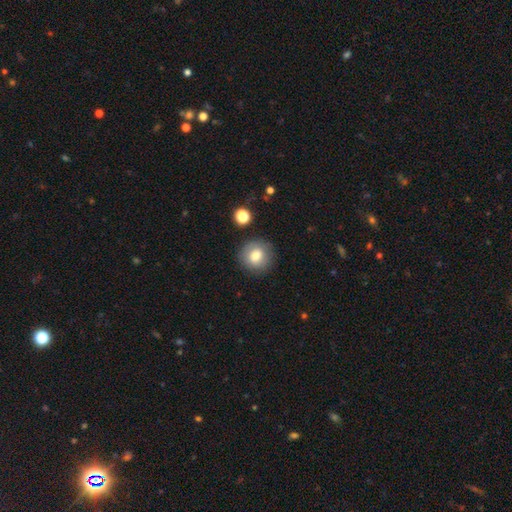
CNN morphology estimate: A smooth galaxy with no disk features (78%) that is round (89%).

Vote fractions:
- Smooth or featured? smooth: 78% / featured or disk: 12% / star or artifact: 10%
- How rounded? round: 89% / in between: 10% / cigar-shaped: 1%
- Merging? none: 86% / minor disturbance: 9% / major disturbance: 3% / merger: 2%